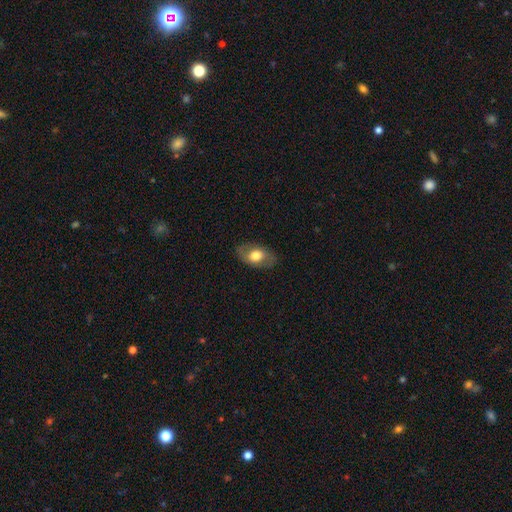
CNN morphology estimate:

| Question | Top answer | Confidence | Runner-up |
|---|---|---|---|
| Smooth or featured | smooth | 57% | featured or disk (36%) |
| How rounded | in between | 86% | round (12%) |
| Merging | none | 80% | minor disturbance (14%) |